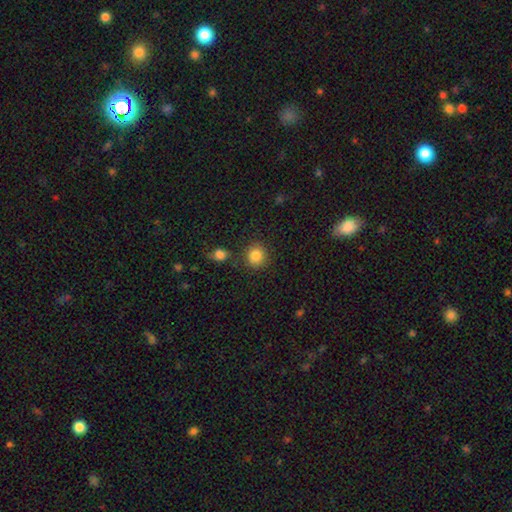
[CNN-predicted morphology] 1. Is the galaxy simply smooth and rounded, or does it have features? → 85% smooth, 10% star or artifact, 5% featured or disk.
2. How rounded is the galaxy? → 89% round, 10% in between, 1% cigar-shaped.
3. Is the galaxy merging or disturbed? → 83% none, 8% minor disturbance, 6% merger, 3% major disturbance.